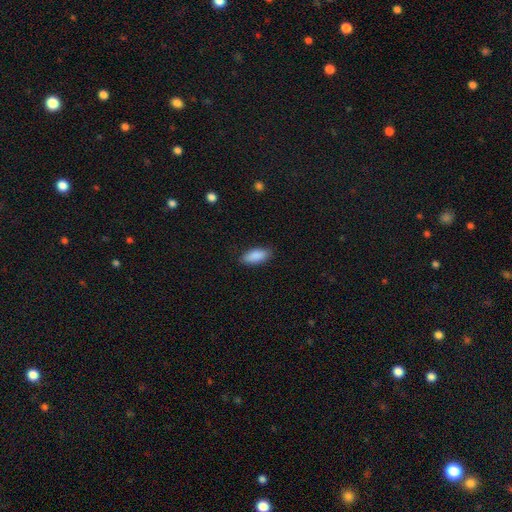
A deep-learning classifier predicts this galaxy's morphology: smooth 88%, star or artifact 6%, featured or disk 5%. Down the decision tree: how rounded — in between (83%); merging — none (85%).